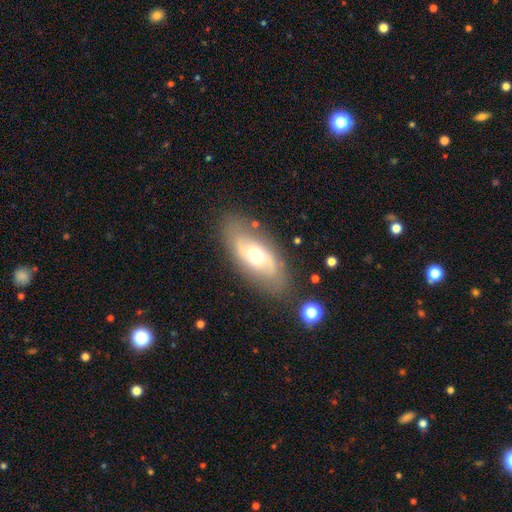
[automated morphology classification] Smooth or featured? Predicted: featured or disk (p=0.56). Edge-on disk? Predicted: no (p=0.87). Merging? Predicted: none (p=0.79).